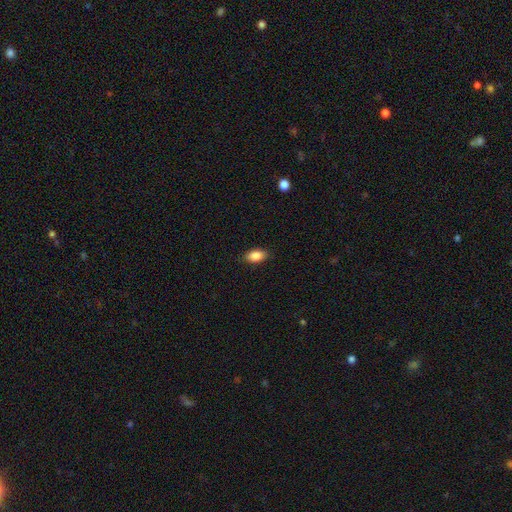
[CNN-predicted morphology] A smooth galaxy with no disk features (88%) that is in between round and cigar-shaped (91%). Merging: none (87%).